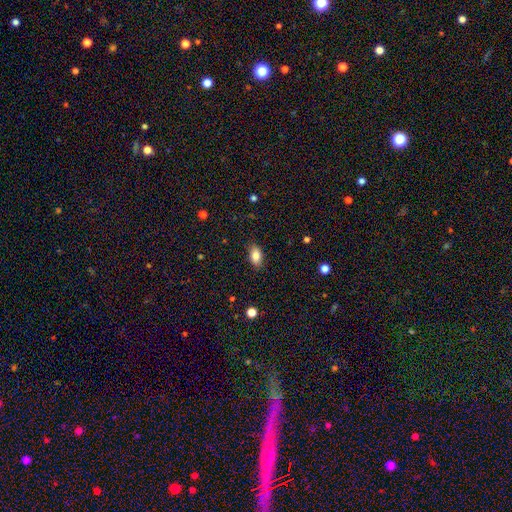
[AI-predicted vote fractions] Smooth or featured?
  - smooth: 84% *
  - star or artifact: 8%
  - featured or disk: 8%
How rounded?
  - in between: 90% *
  - round: 6%
  - cigar-shaped: 4%
Merging?
  - none: 86% *
  - minor disturbance: 10%
  - major disturbance: 2%
  - merger: 1%